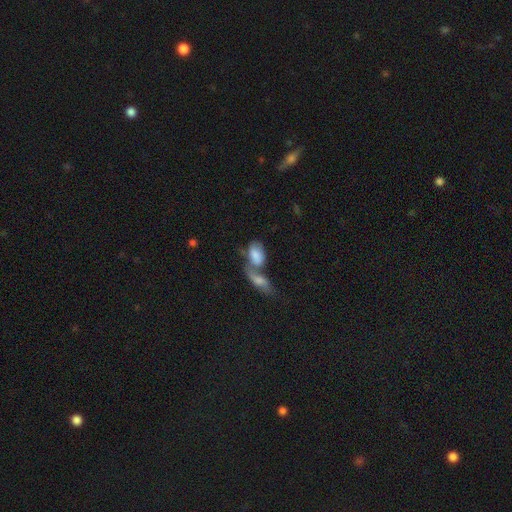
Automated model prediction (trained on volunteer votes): smooth 68%, featured or disk 25%, star or artifact 7%. Down the decision tree: how rounded — in between (90%); merging — merger (71%).